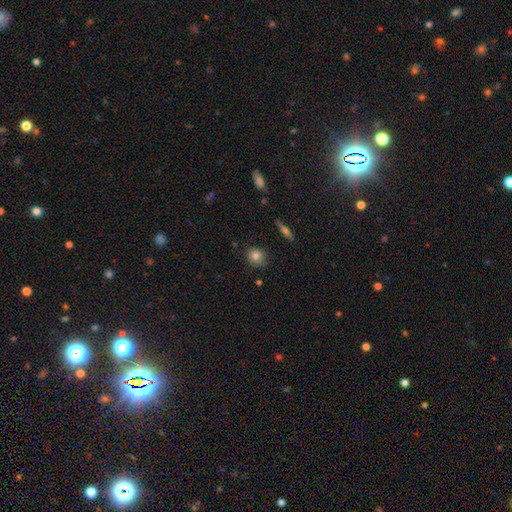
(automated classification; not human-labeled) Q: Smooth or featured?
A: smooth (78%); runner-up: featured or disk (12%)
Q: How rounded?
A: round (72%); runner-up: in between (26%)
Q: Merging?
A: none (81%); runner-up: minor disturbance (15%)